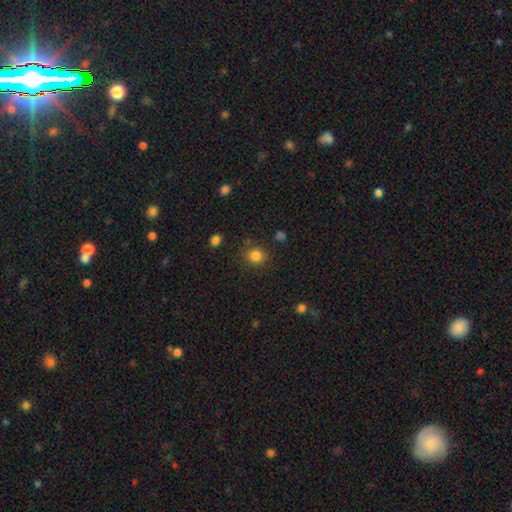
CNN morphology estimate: Smooth or featured?
  - smooth: 83% *
  - star or artifact: 12%
  - featured or disk: 5%
How rounded?
  - round: 83% *
  - in between: 16%
  - cigar-shaped: 1%
Merging?
  - none: 83% *
  - minor disturbance: 10%
  - major disturbance: 4%
  - merger: 3%